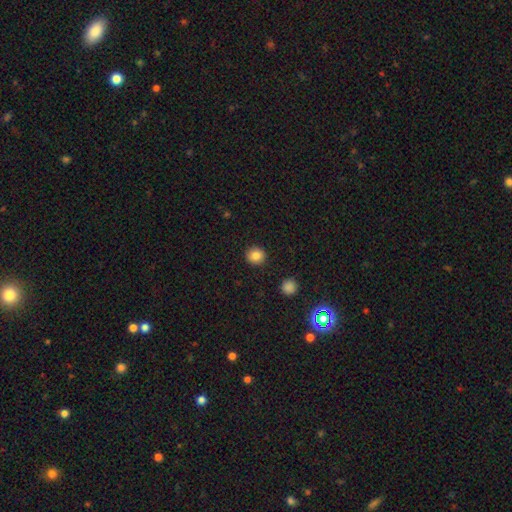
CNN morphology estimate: A smooth galaxy with no disk features (84%) that is round (91%).

Vote fractions:
- Smooth or featured? smooth: 84% / star or artifact: 10% / featured or disk: 5%
- How rounded? round: 91% / in between: 8% / cigar-shaped: 1%
- Merging? none: 92% / minor disturbance: 5% / major disturbance: 2% / merger: 1%